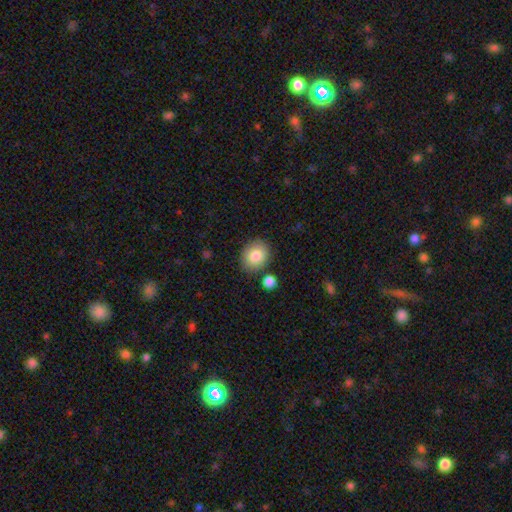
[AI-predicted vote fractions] Morphology: type=smooth (84%); roundness=round (59%); merging=none (81%).